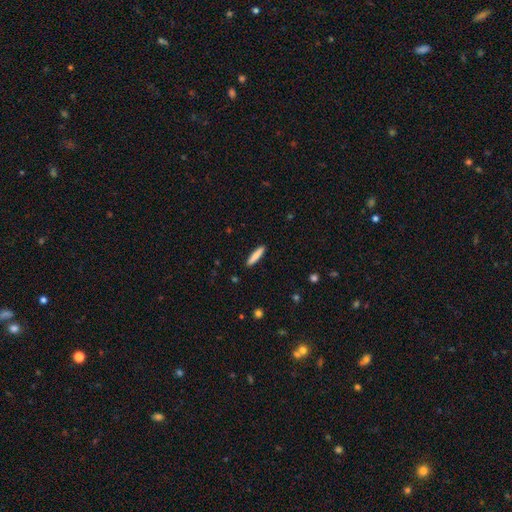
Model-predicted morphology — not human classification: Smooth or featured?
  - smooth: 81% *
  - featured or disk: 14%
  - star or artifact: 6%
How rounded?
  - cigar-shaped: 88% *
  - in between: 11%
  - round: 1%
Merging?
  - none: 91% *
  - minor disturbance: 6%
  - major disturbance: 1%
  - merger: 1%